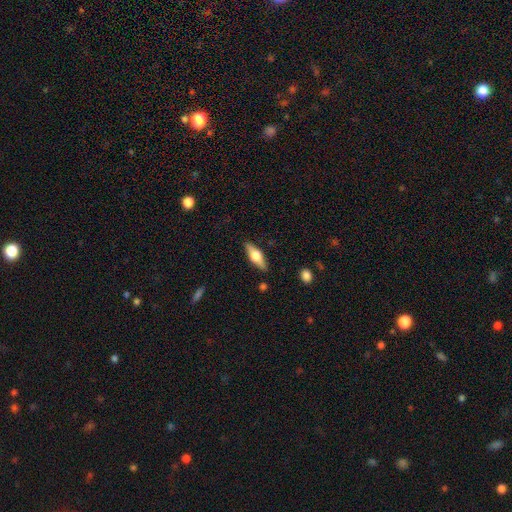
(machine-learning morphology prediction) Smooth or featured?
  - smooth: 48% *
  - featured or disk: 46%
  - star or artifact: 6%
Merging?
  - none: 86% *
  - minor disturbance: 10%
  - major disturbance: 2%
  - merger: 2%